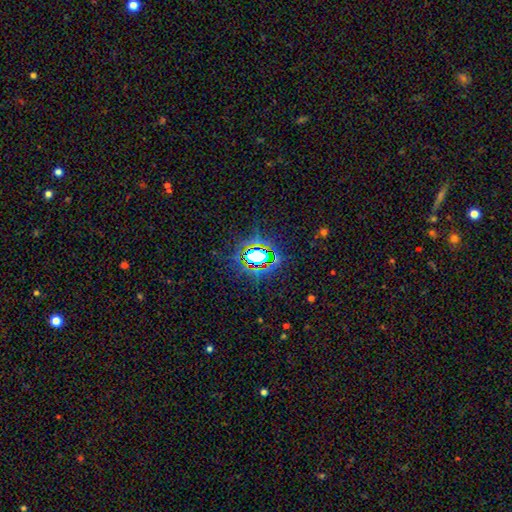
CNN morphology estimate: type=star or artifact (69%).